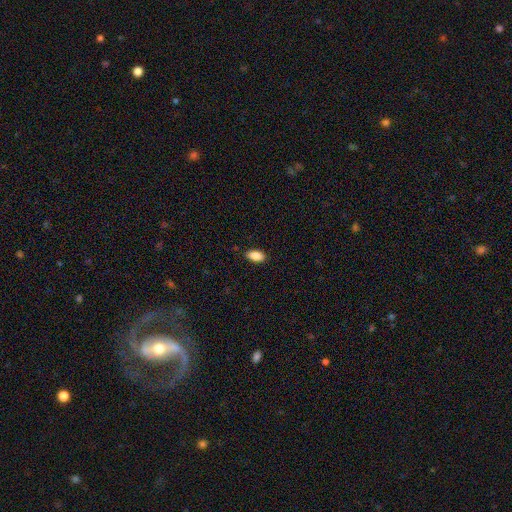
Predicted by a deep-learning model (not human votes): A smooth galaxy with no disk features (89%) that is in between round and cigar-shaped (93%). Merging: none (88%).